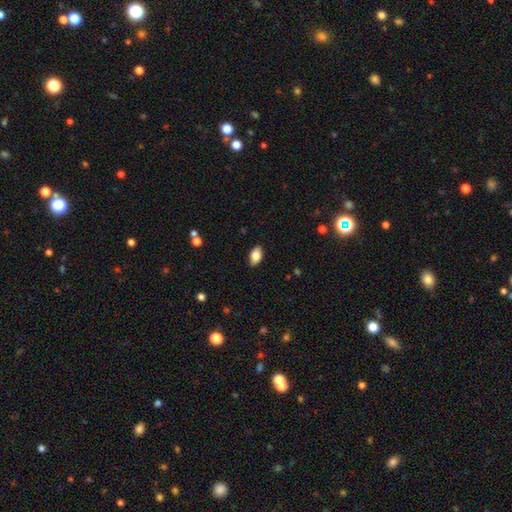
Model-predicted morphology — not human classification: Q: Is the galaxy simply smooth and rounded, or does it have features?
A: smooth — 81%.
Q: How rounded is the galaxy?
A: in between — 92%.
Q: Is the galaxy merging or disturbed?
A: none — 88%.